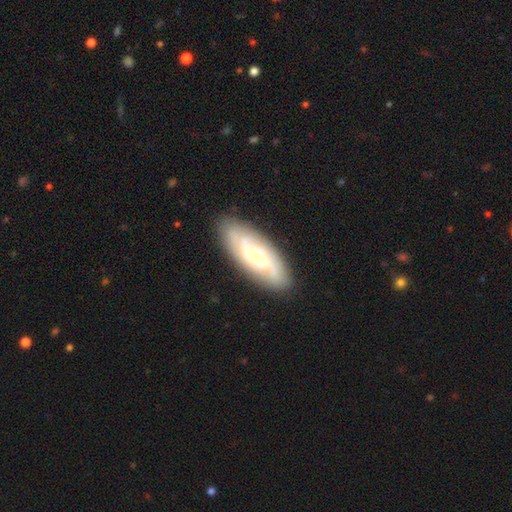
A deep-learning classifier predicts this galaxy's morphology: A featured or disk galaxy (70%) with a weak bar (45%), 2 (47%) medium (42%) spiral arms (92%) and a small central bulge (41%). Merging: none (82%).